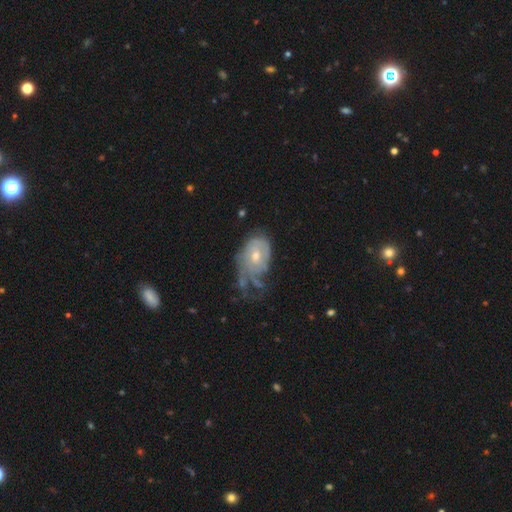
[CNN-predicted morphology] Smooth or featured?
  - featured or disk: 69% *
  - smooth: 23%
  - star or artifact: 8%
Edge-on disk?
  - no: 95% *
  - yes: 5%
Bar?
  - no: 74% *
  - weak: 22%
  - strong: 4%
Spiral arms?
  - yes: 73% *
  - no: 27%
Bulge size?
  - moderate: 57% *
  - small: 38%
  - large: 3%
  - none: 1%
  - dominant: 1%
Merging?
  - major disturbance: 39% *
  - minor disturbance: 28%
  - none: 28%
  - merger: 5%